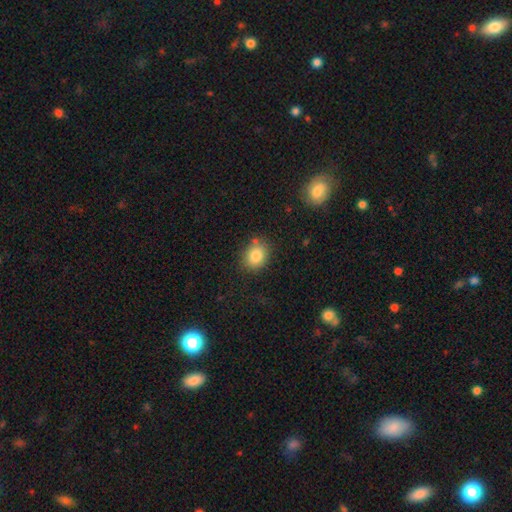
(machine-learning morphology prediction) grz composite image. It shows a smooth galaxy with no disk features (83%) that is round (51%). Merging: none (78%).